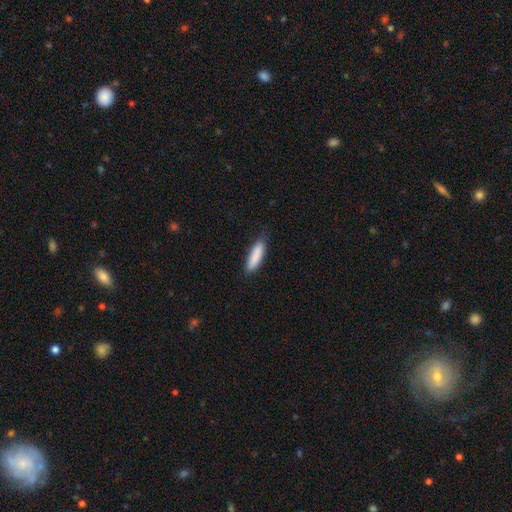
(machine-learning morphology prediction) smooth_or_featured: smooth (p=0.87) [alt: featured or disk p=0.07]
how_rounded: cigar-shaped (p=0.60) [alt: in between p=0.38]
merging: none (p=0.77) [alt: minor disturbance p=0.19]